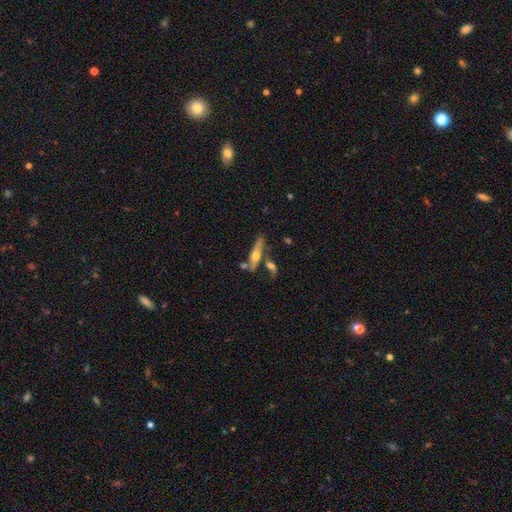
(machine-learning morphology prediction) The model was most divided on "smooth or featured": featured or disk: 57%, smooth: 36%, star or artifact: 7%. More confident: edge-on bulge — rounded (93%); edge-on disk — yes (89%); merging — none (59%).